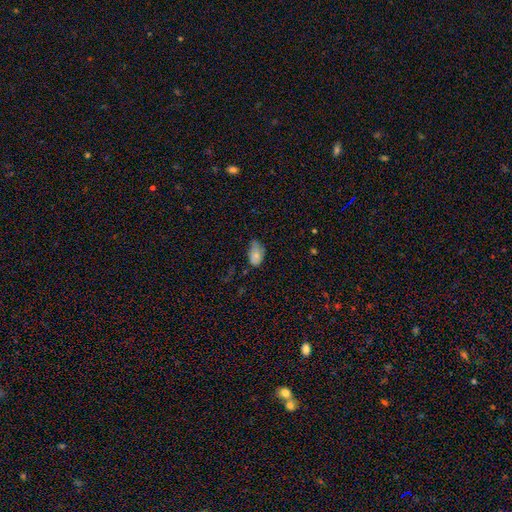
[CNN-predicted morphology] smooth 75%, featured or disk 16%, star or artifact 9%. Down the decision tree: how rounded — in between (91%); merging — minor disturbance (45%).